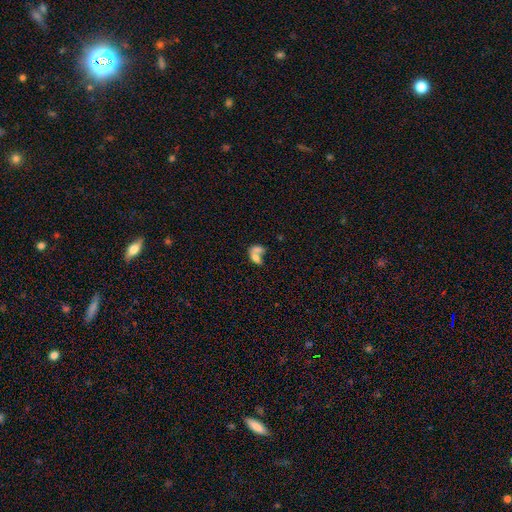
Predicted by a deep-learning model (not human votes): This is likely a smooth galaxy (67%). How rounded: likely in between (80%). Merging: likely merger (66%).